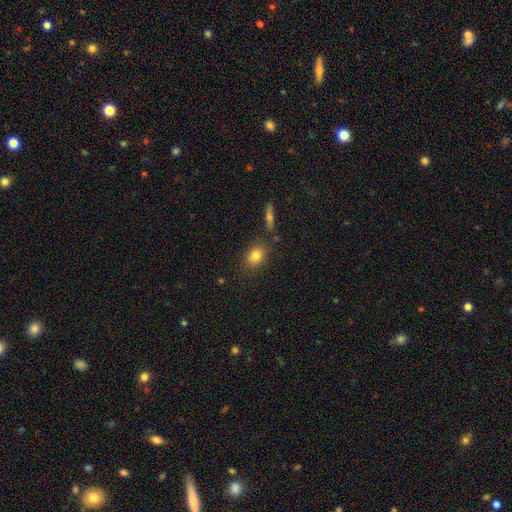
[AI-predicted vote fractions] Smooth or featured? Predicted: smooth (p=0.80). How rounded? Predicted: in between (p=0.58). Merging? Predicted: none (p=0.78).